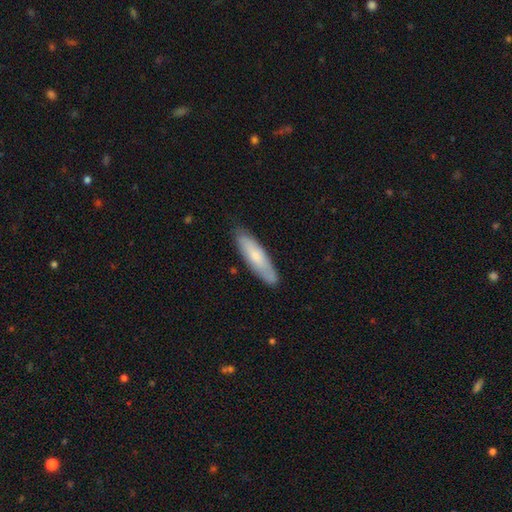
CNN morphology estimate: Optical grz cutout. It shows a smooth galaxy with no disk features (68%) that is cigar-shaped (65%). Merging: none (80%).